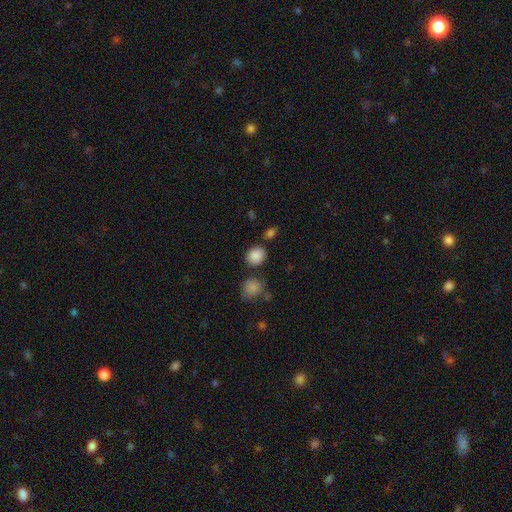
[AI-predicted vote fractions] Smooth or featured: smooth — 86% (star or artifact — 10%)
How rounded: round — 62% (in between — 37%)
Merging: none — 77% (minor disturbance — 12%)